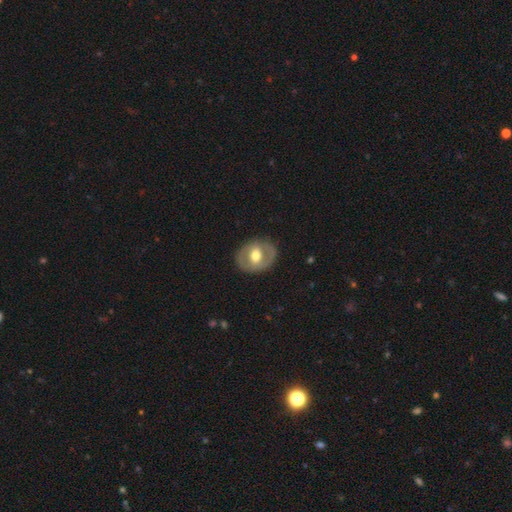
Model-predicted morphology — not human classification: Overall: featured or disk (57%; smooth 38%). Edge-on disk: no (95%). Bar: no (43%; weak 38%). Spiral arms: no (64%; yes 36%). Bulge size: moderate (72%). Merging: none (81%).